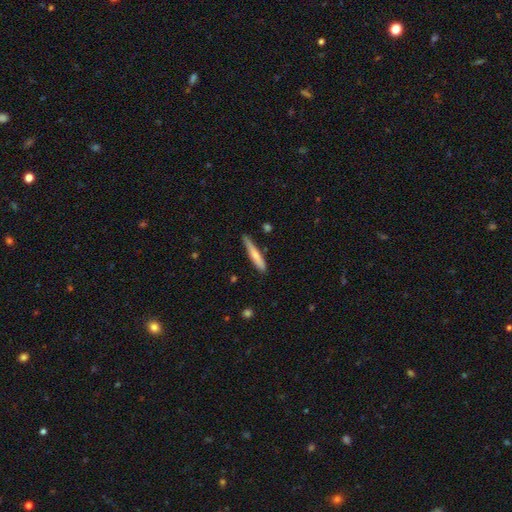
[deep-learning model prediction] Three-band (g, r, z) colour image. It shows a smooth galaxy with no disk features (68%) that is cigar-shaped (93%). Merging: none (75%).